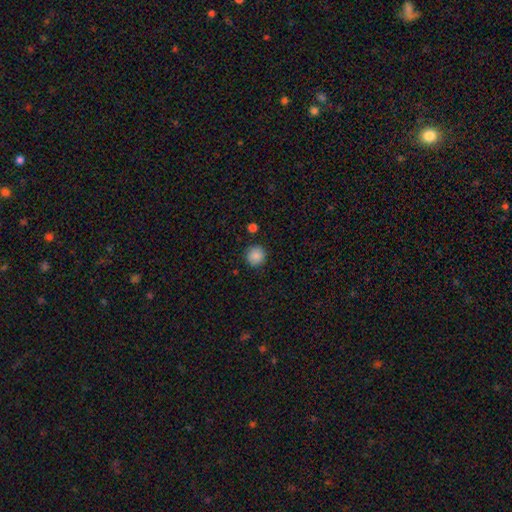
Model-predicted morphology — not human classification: smooth 88%, star or artifact 9%, featured or disk 4%. Down the decision tree: how rounded — round (94%); merging — none (89%).